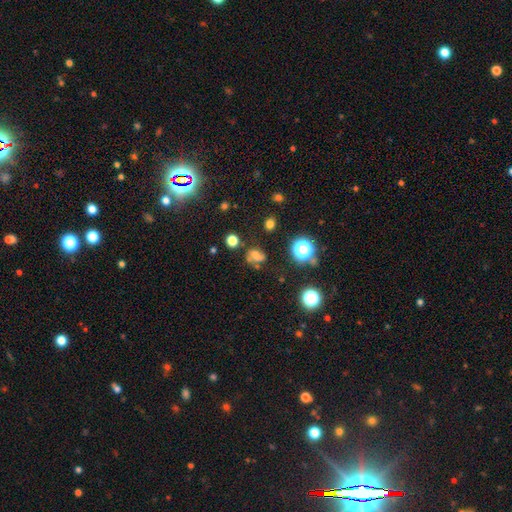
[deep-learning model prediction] Overall: smooth (48%; star or artifact 27%). Merging: none (51%; minor disturbance 23%).